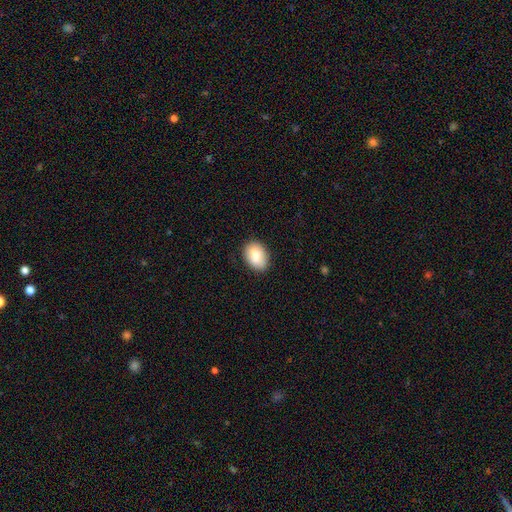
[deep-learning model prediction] Morphology: type=smooth (80%); roundness=in between (83%); merging=none (82%).